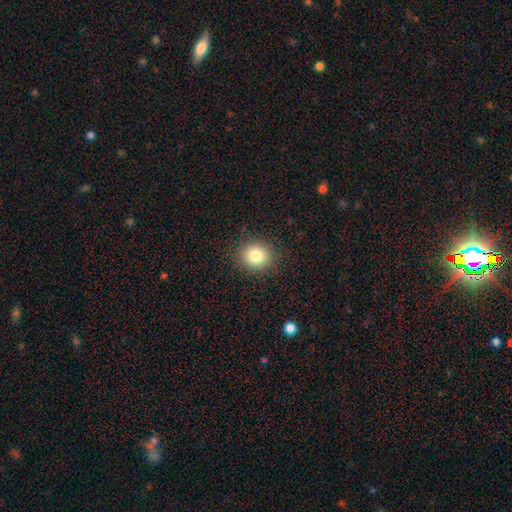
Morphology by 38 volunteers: This is clearly a smooth galaxy (82%). How rounded: clearly round (87%). Merging: clearly none (94%).